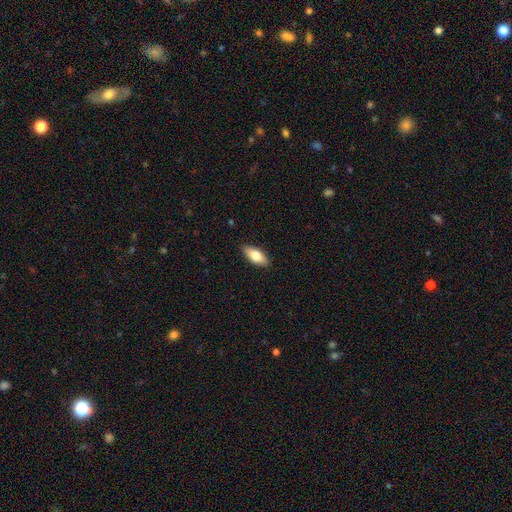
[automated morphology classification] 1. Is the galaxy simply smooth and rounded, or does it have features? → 76% smooth, 17% featured or disk, 6% star or artifact.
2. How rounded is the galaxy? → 81% in between, 17% cigar-shaped, 2% round.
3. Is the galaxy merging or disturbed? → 88% none, 9% minor disturbance, 2% major disturbance, 1% merger.